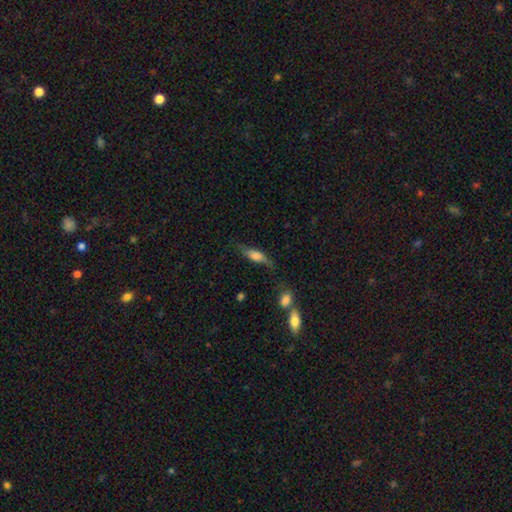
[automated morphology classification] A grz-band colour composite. It shows a smooth galaxy with no disk features (52%) that is in between round and cigar-shaped (49%). Merging: none (61%).